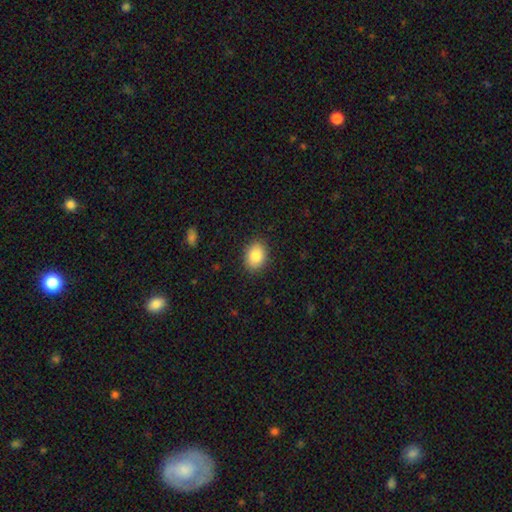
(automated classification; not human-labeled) Smooth or featured? Predicted: smooth (p=0.85). How rounded? Predicted: in between (p=0.68). Merging? Predicted: none (p=0.88).